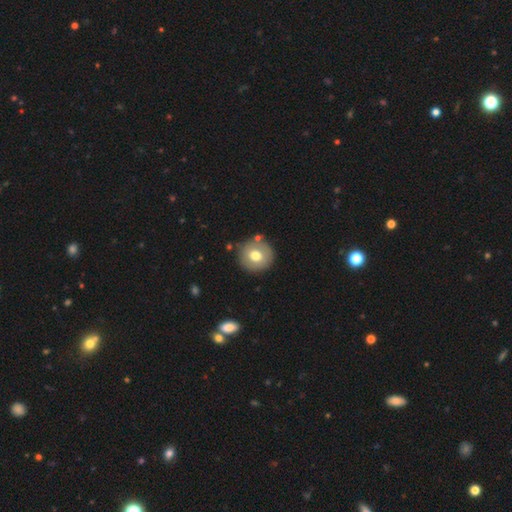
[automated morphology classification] A smooth galaxy with no disk features (69%) that is round (91%). Merging: none (82%).